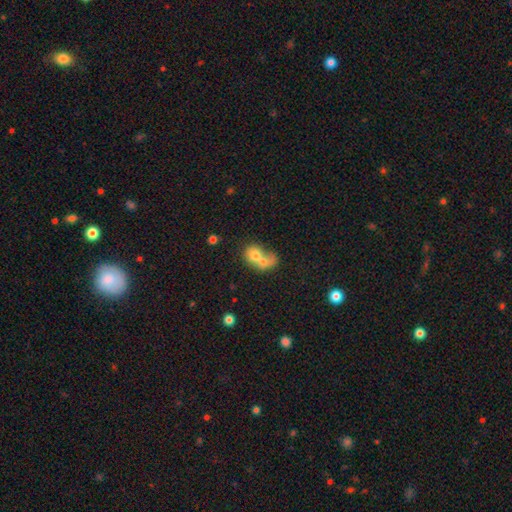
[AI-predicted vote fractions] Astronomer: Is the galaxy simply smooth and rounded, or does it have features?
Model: smooth — 66%.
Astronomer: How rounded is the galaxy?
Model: round — 57% (runner-up: in between, 42%).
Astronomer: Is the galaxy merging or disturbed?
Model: merger — 77%.